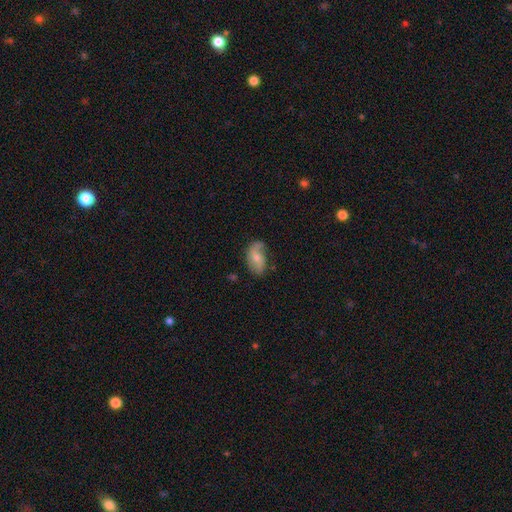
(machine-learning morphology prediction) Overall: featured or disk (52%; smooth 39%). Edge-on disk: no (94%). Merging: none (63%; minor disturbance 26%).